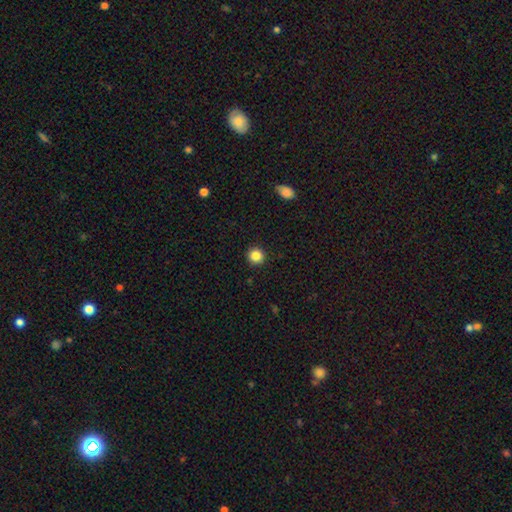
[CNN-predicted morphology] smooth_or_featured: smooth (p=0.85) [alt: star or artifact p=0.11]
how_rounded: round (p=0.94) [alt: in between p=0.05]
merging: none (p=0.92) [alt: minor disturbance p=0.05]